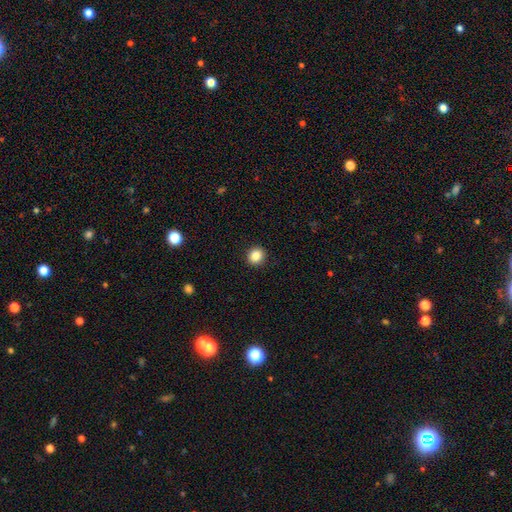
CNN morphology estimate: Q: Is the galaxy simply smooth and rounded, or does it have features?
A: smooth — 86%.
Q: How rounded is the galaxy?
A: round — 86%.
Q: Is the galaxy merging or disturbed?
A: none — 92%.